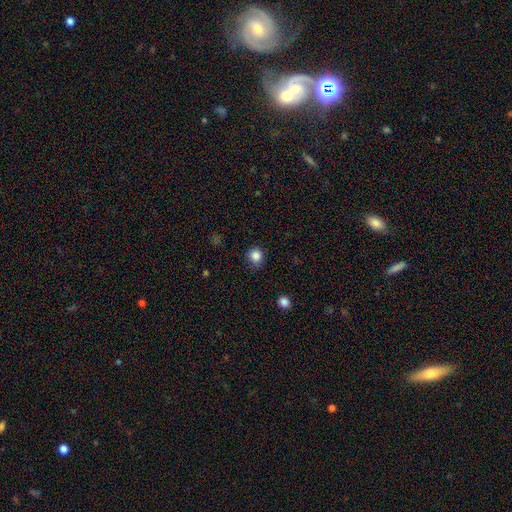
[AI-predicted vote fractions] Smooth or featured? smooth (85%)
How rounded? round (89%)
Merging? none (83%)